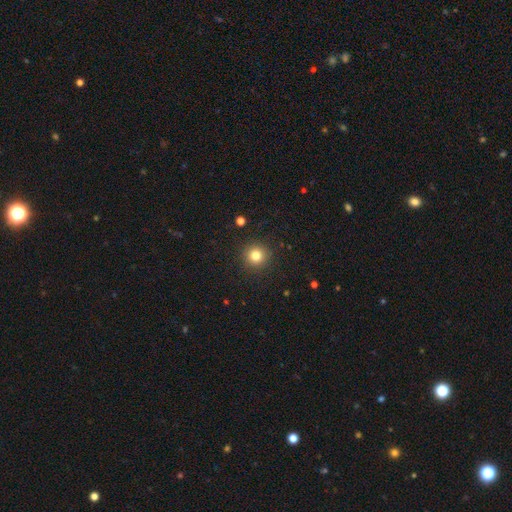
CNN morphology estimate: Overall: smooth (81%). How rounded: round (95%). Merging: none (92%).